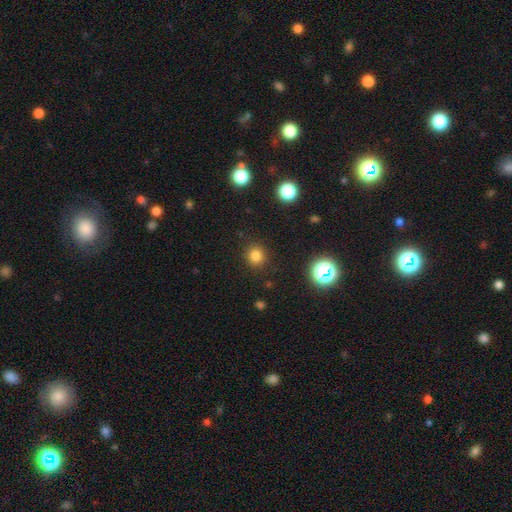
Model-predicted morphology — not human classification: This appears to be a smooth galaxy with no disk features (80%) that is round (86%). Merging: none (89%).